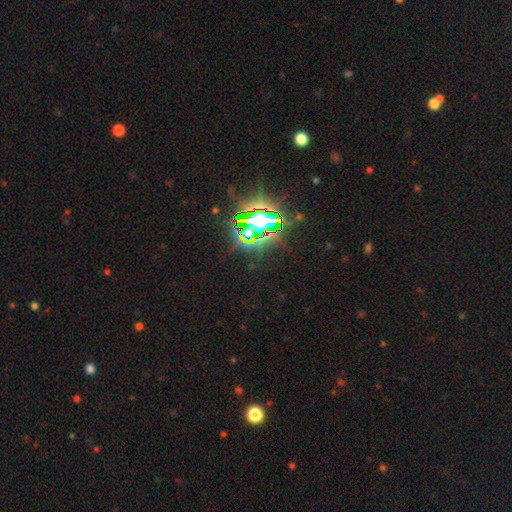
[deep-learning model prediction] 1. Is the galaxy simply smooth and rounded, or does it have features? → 81% star or artifact, 10% smooth, 9% featured or disk.